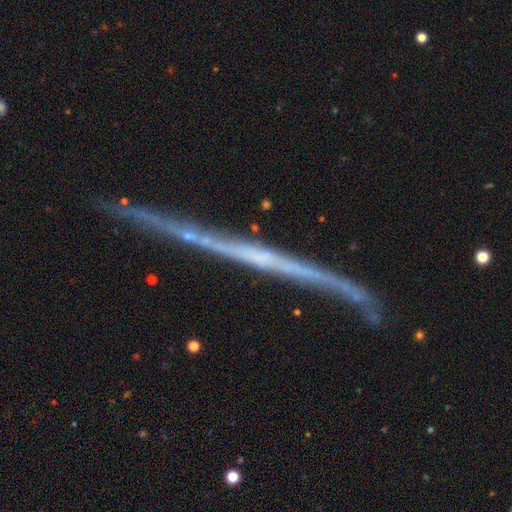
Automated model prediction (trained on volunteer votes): Smooth or featured: featured or disk — 78% (smooth — 14%)
Edge-on disk: yes — 95% (no — 5%)
Edge-on bulge: none — 79% (rounded — 14%)
Merging: none — 73% (minor disturbance — 17%)